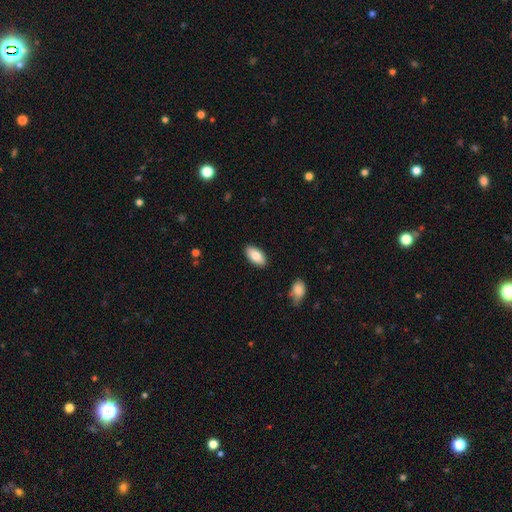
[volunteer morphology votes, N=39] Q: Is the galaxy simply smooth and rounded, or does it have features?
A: smooth — 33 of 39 (85%).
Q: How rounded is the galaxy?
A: in between — 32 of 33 (97%).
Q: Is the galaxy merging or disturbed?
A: none — 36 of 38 (95%).